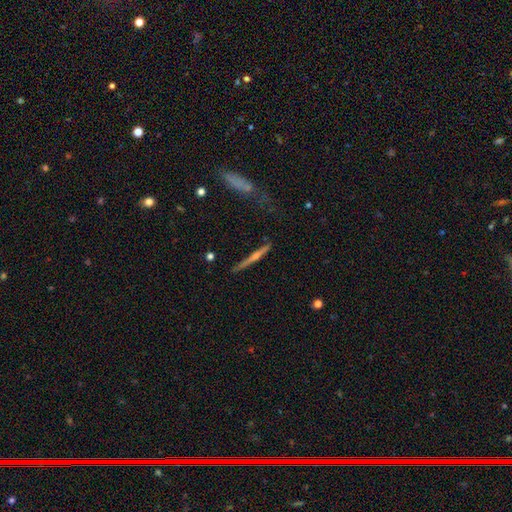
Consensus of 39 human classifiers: Smooth or featured?
  - featured or disk: 56% *
  - smooth: 38%
  - star or artifact: 5%
Edge-on disk?
  - yes: 100% *
  - no: 0%
Edge-on bulge?
  - rounded: 91% *
  - none: 9%
  - boxy: 0%
Merging?
  - none: 70% *
  - minor disturbance: 22%
  - major disturbance: 5%
  - merger: 3%